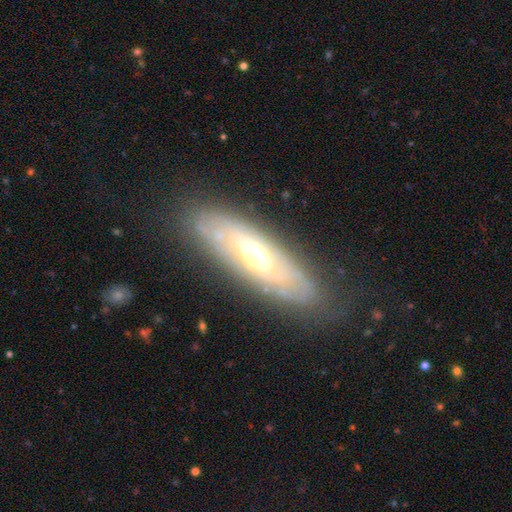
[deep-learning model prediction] Overall: featured or disk (72%). Edge-on disk: no (69%; yes 31%). Merging: none (77%).